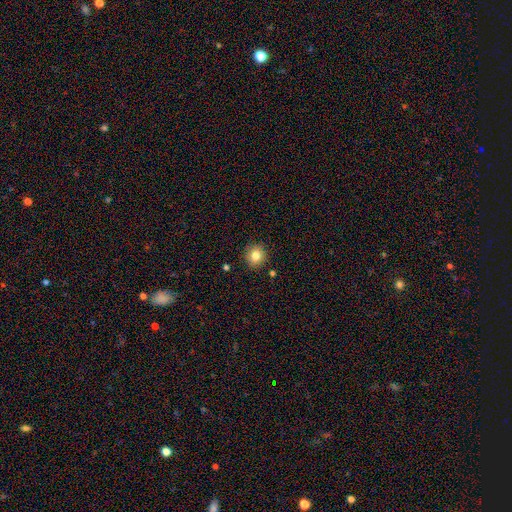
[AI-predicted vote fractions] Overall: smooth (82%). How rounded: round (89%). Merging: none (90%).